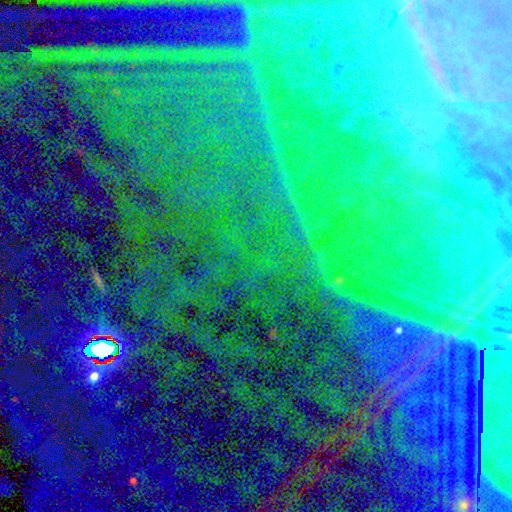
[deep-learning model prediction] Q: Smooth or featured?
A: star or artifact (81%); runner-up: featured or disk (11%)